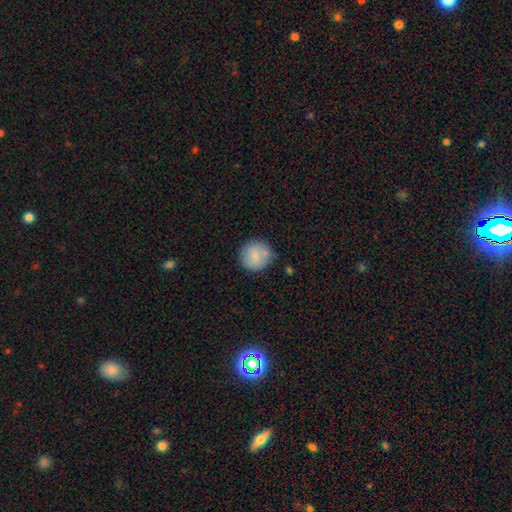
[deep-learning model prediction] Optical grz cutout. It shows a smooth galaxy with no disk features (83%) that is round (91%). Merging: none (72%).